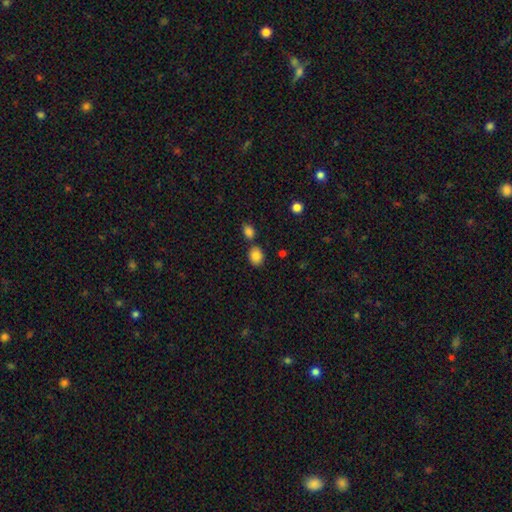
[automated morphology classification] Overall: smooth (85%). How rounded: in between (51%; round 48%). Merging: none (74%).